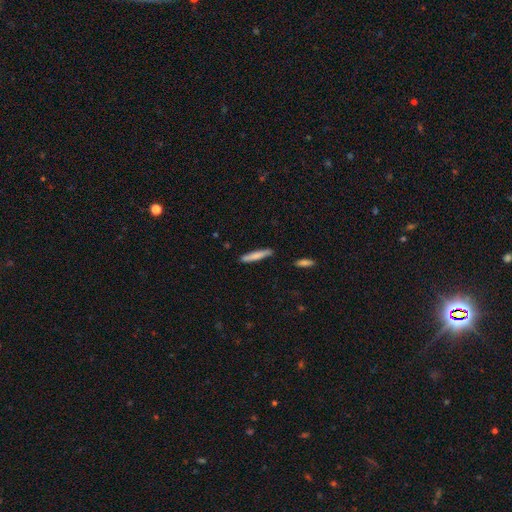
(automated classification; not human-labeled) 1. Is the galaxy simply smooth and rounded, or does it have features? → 75% smooth, 19% featured or disk, 6% star or artifact.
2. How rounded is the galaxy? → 92% cigar-shaped, 6% in between, 1% round.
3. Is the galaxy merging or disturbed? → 85% none, 10% minor disturbance, 3% merger, 2% major disturbance.